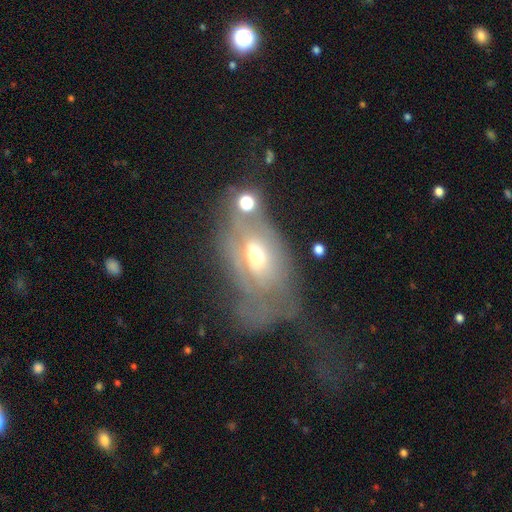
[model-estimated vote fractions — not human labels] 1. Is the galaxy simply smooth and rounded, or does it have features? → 59% featured or disk, 31% smooth, 10% star or artifact.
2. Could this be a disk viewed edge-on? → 89% no, 11% yes.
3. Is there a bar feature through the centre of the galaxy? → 71% no, 23% weak, 6% strong.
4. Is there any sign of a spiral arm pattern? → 59% no, 41% yes.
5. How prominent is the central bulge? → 60% moderate, 32% small, 5% large, 1% none, 1% dominant.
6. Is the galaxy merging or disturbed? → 43% major disturbance, 22% none, 20% minor disturbance, 16% merger.